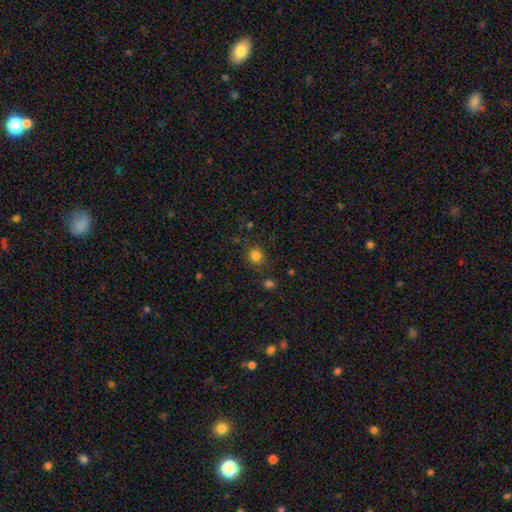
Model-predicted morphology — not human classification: Q: Smooth or featured?
A: smooth (81%); runner-up: star or artifact (14%)
Q: How rounded?
A: round (88%); runner-up: in between (11%)
Q: Merging?
A: none (81%); runner-up: minor disturbance (11%)